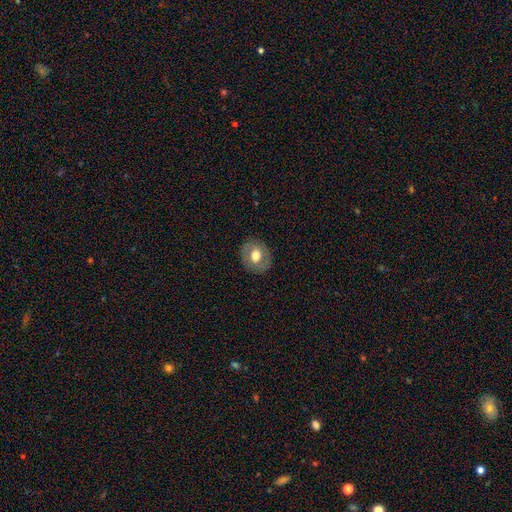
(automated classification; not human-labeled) Smooth or featured: smooth — 54% (featured or disk — 39%)
How rounded: round — 68% (in between — 31%)
Merging: none — 86% (minor disturbance — 10%)